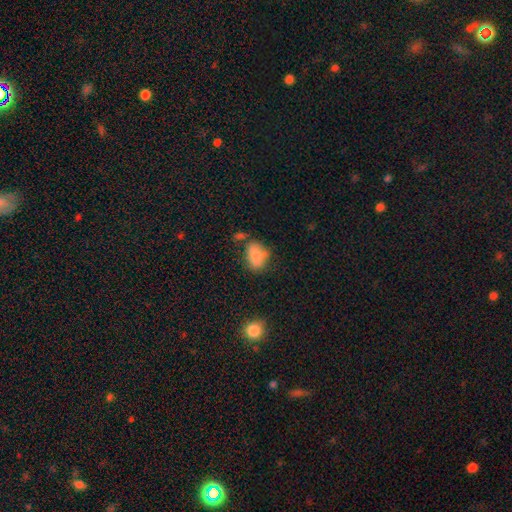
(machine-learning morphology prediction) This appears to be a smooth galaxy with no disk features (79%) that is in between round and cigar-shaped (83%). Merging: none (54%).